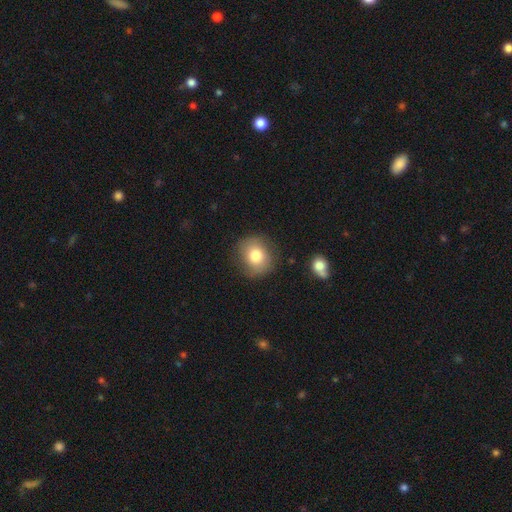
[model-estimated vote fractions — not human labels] This is likely a smooth galaxy (79%). How rounded: likely round (77%). Merging: clearly none (80%).